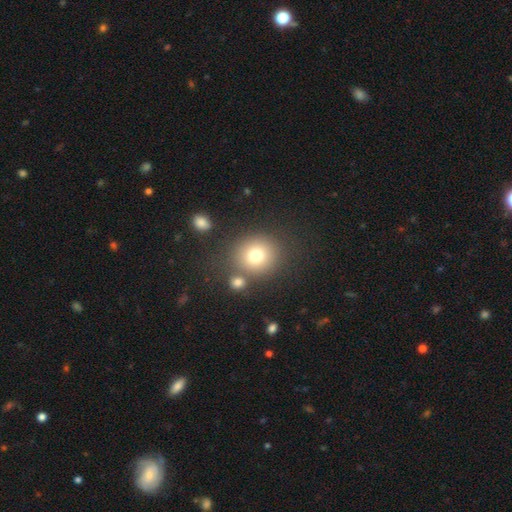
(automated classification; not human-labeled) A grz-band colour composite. It shows a smooth galaxy with no disk features (76%) that is round (85%). Merging: none (75%).